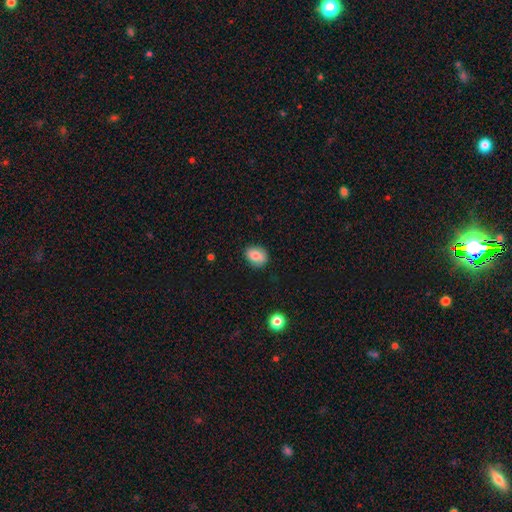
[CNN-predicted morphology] Smooth or featured? Predicted: smooth (p=0.81). How rounded? Predicted: in between (p=0.54). Merging? Predicted: none (p=0.83).